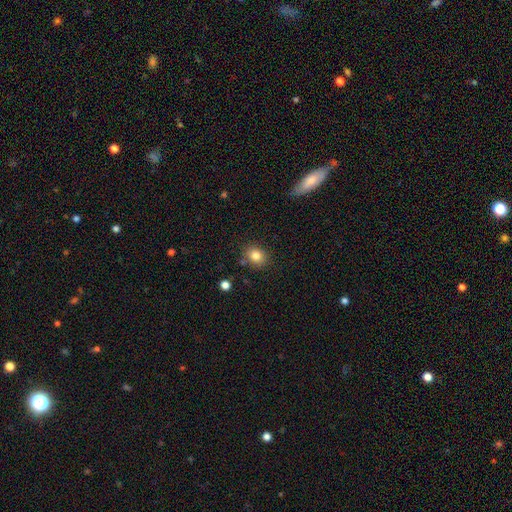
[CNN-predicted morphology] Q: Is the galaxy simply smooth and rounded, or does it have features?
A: smooth — 83%.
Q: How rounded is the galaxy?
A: round — 62%.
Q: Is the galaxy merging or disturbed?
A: none — 82%.